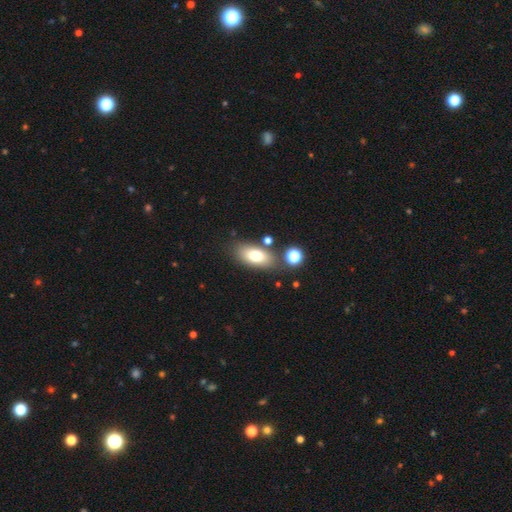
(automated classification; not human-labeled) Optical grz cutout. It shows a smooth galaxy with no disk features (74%) that is in between round and cigar-shaped (87%). Merging: none (76%).